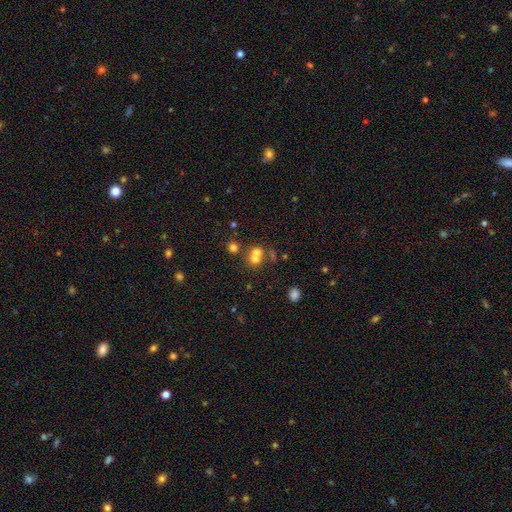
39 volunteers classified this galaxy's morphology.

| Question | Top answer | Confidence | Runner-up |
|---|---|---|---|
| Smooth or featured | smooth | 77% | featured or disk (13%) |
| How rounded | round | 83% | in between (17%) |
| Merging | merger | 71% | none (29%) |